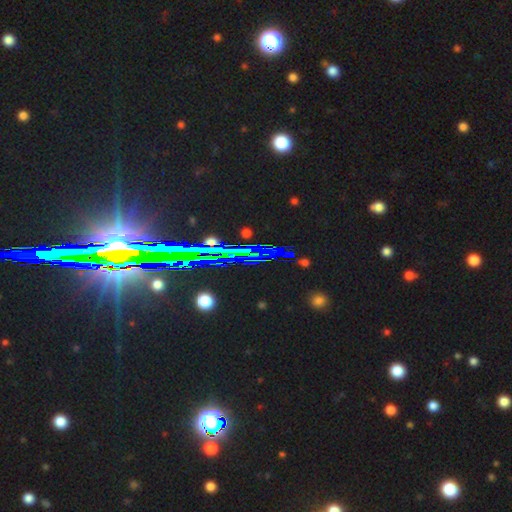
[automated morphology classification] A star or artifact, not a galaxy (81%).